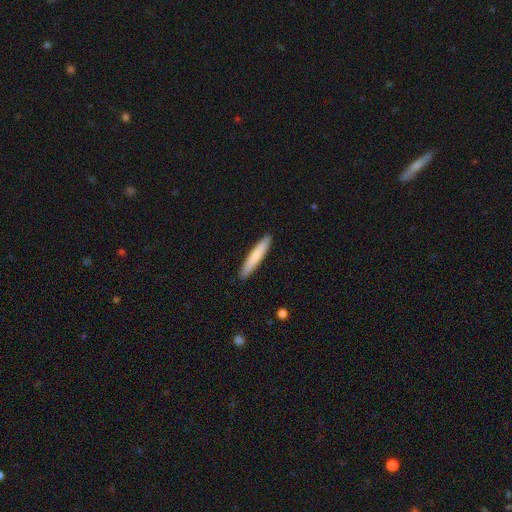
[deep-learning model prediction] The model was most divided on "smooth or featured": smooth: 75%, featured or disk: 20%, star or artifact: 5%. More confident: how rounded — cigar-shaped (94%); merging — none (91%).